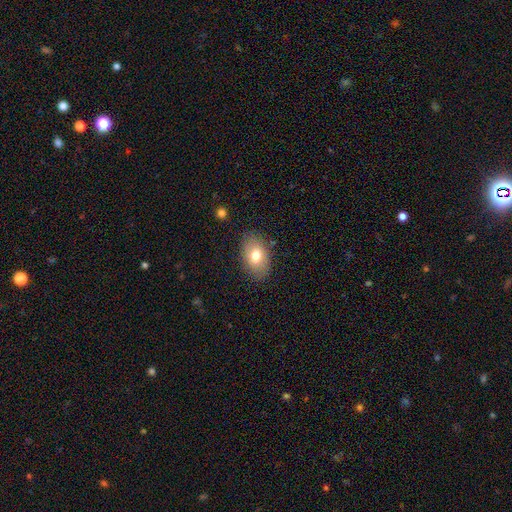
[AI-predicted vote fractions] smooth-or-featured: smooth: 74% | featured or disk: 17% | star or artifact: 9%
  how-rounded: in between: 85% | round: 14% | cigar-shaped: 1%
  merging: none: 84% | minor disturbance: 12% | major disturbance: 3% | merger: 1%